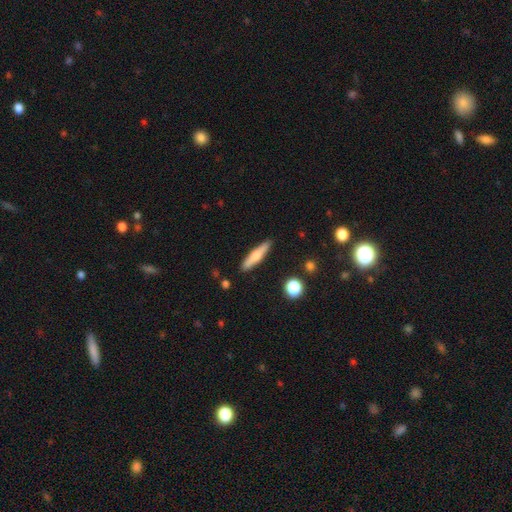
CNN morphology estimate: Q: Smooth or featured?
A: smooth (58%); runner-up: featured or disk (36%)
Q: How rounded?
A: cigar-shaped (85%); runner-up: in between (13%)
Q: Merging?
A: none (88%); runner-up: minor disturbance (8%)